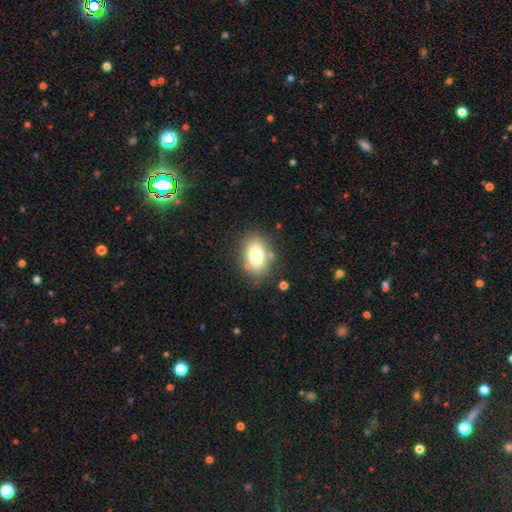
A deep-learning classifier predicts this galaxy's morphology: Overall: smooth (77%). How rounded: in between (84%). Merging: none (77%).